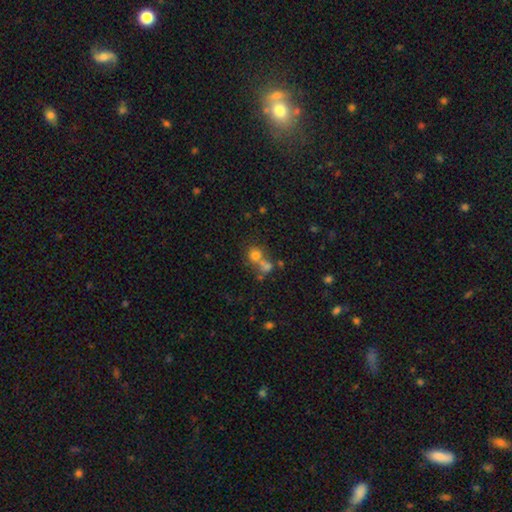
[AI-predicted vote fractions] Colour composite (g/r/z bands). It shows a smooth galaxy with no disk features (67%) that is round (83%). Merging: merger (45%).